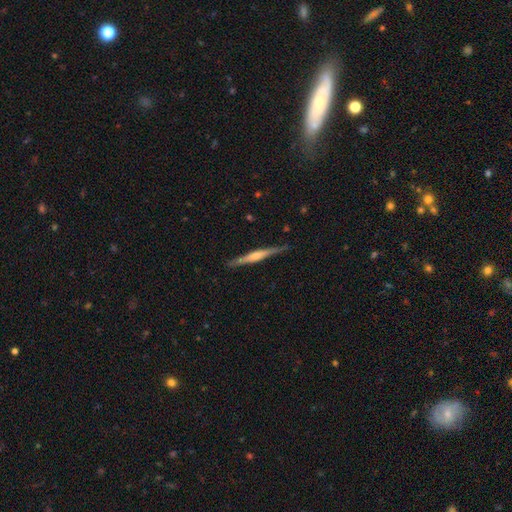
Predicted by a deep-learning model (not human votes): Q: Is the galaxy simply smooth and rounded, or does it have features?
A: featured or disk — 77%.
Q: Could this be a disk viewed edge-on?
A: yes — 98%.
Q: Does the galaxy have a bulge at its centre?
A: rounded — 72%.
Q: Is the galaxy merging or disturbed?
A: none — 89%.